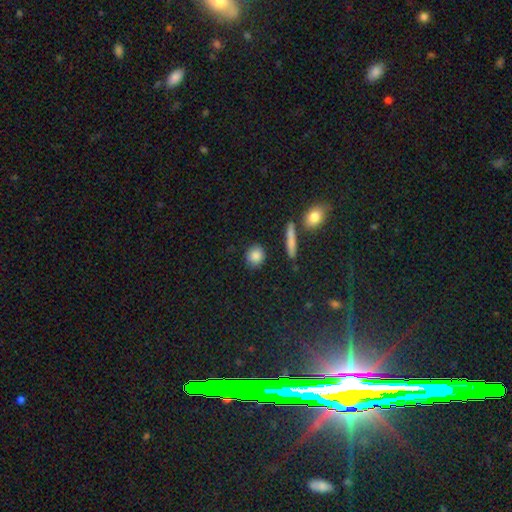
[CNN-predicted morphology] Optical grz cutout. It shows a smooth galaxy with no disk features (85%) that is round (74%). Merging: none (86%).